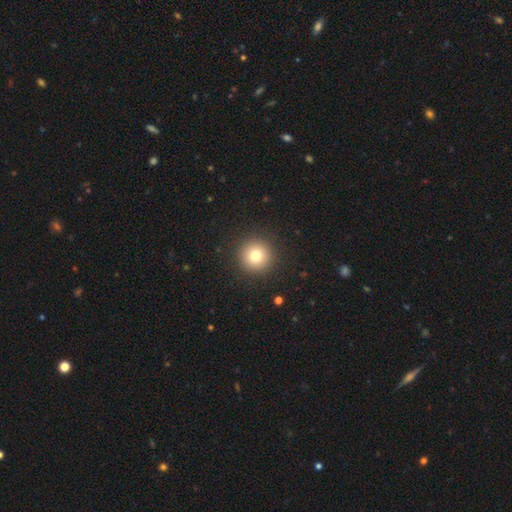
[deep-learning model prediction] Smooth or featured: smooth — 78% (star or artifact — 12%)
How rounded: round — 96% (in between — 3%)
Merging: none — 92% (minor disturbance — 5%)